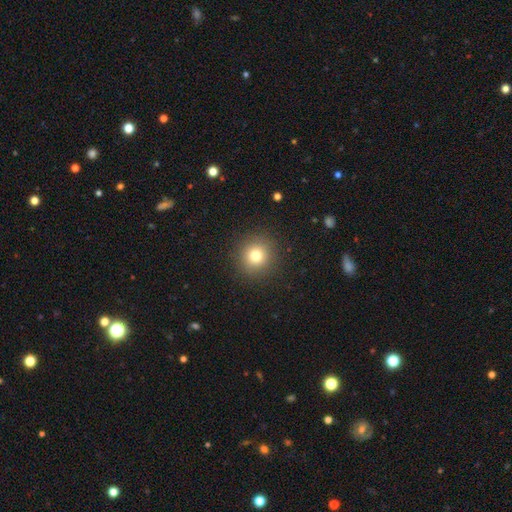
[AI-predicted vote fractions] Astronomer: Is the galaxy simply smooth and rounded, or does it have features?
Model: smooth — 78%.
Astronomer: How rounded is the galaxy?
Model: round — 94%.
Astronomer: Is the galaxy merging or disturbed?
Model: none — 91%.